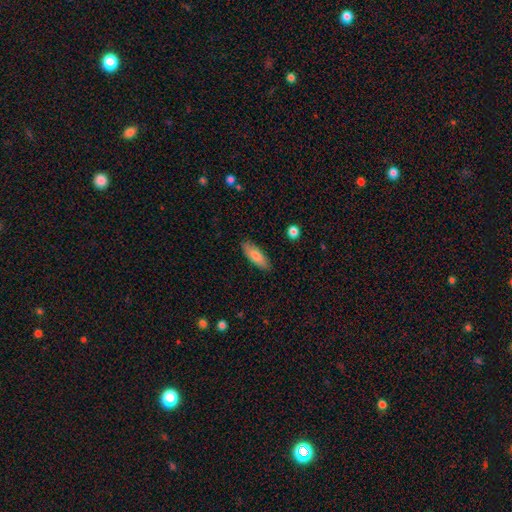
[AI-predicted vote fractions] Q: Smooth or featured?
A: smooth (81%); runner-up: featured or disk (13%)
Q: How rounded?
A: in between (64%); runner-up: cigar-shaped (34%)
Q: Merging?
A: none (85%); runner-up: minor disturbance (12%)